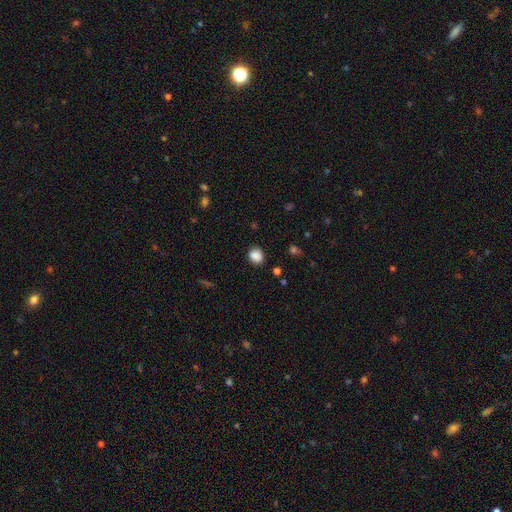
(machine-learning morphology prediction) This appears to be a smooth galaxy with no disk features (87%) that is round (63%). Merging: none (83%).